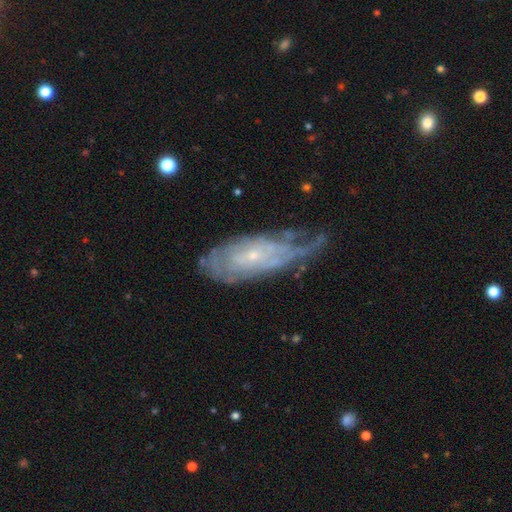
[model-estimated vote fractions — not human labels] Overall: featured or disk (74%). Edge-on disk: no (87%). Bar: no (70%). Spiral arms: yes (83%). Spiral arm count: can't tell (63%). Spiral winding: tight (65%). Bulge size: small (80%). Merging: none (43%; minor disturbance 33%).